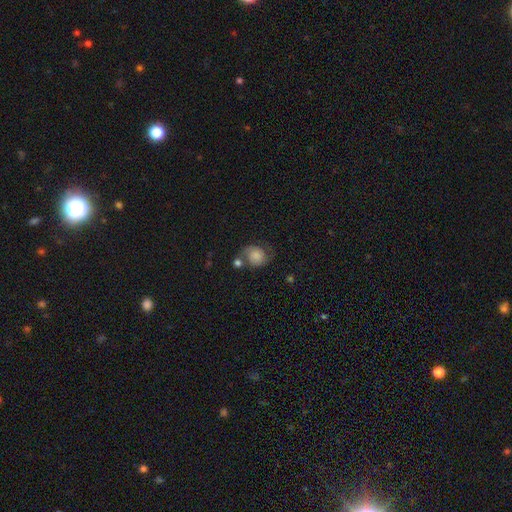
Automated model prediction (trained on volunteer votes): This appears to be a smooth galaxy with no disk features (49%). Merging: none (50%).